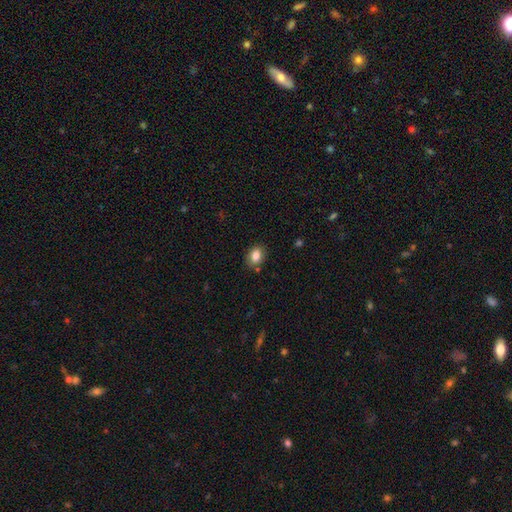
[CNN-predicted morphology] Overall: smooth (83%). How rounded: in between (65%; round 34%). Merging: none (82%).